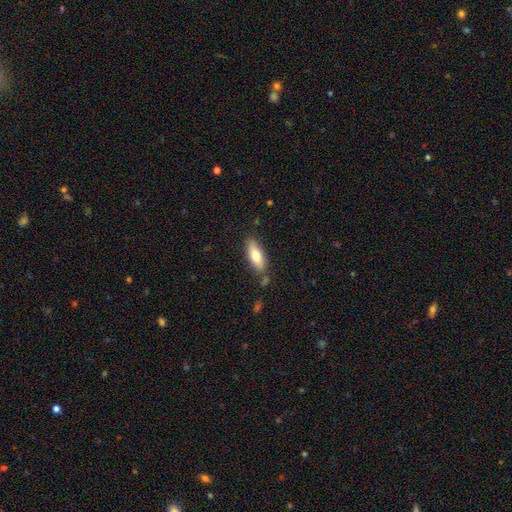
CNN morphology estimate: Q: Smooth or featured?
A: smooth (74%); runner-up: featured or disk (20%)
Q: How rounded?
A: in between (64%); runner-up: cigar-shaped (34%)
Q: Merging?
A: none (78%); runner-up: minor disturbance (14%)